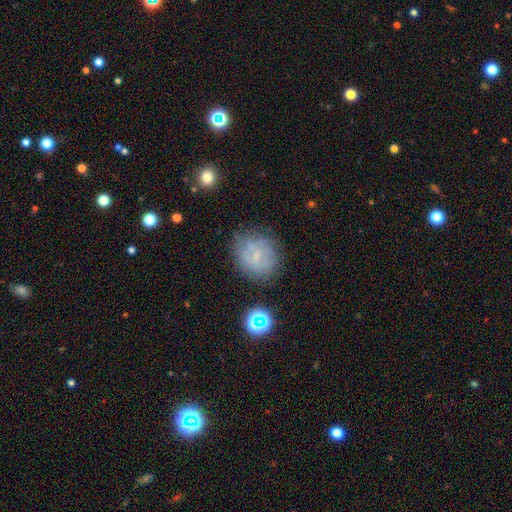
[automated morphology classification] Smooth or featured?
  - smooth: 43% *
  - featured or disk: 42%
  - star or artifact: 15%
Merging?
  - none: 67% *
  - minor disturbance: 21%
  - major disturbance: 9%
  - merger: 3%